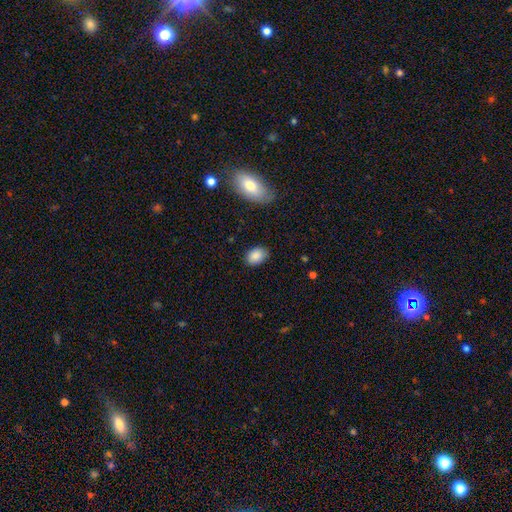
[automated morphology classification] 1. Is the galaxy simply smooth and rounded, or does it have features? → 87% smooth, 8% star or artifact, 5% featured or disk.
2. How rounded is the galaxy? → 80% in between, 19% round, 1% cigar-shaped.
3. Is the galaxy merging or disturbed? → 82% none, 14% minor disturbance, 3% major disturbance, 1% merger.